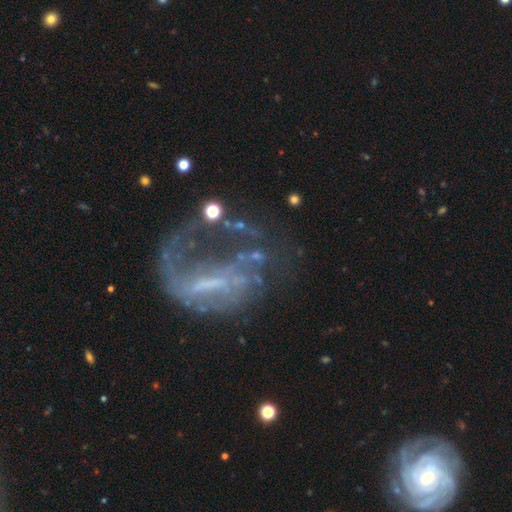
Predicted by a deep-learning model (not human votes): A featured or disk galaxy (70%) with a weak bar (36%), spiral arms (60%) and no central bulge (48%).

Vote fractions:
- Smooth or featured? featured or disk: 70% / star or artifact: 16% / smooth: 14%
- Edge-on disk? no: 96% / yes: 4%
- Bar? weak: 36% / strong: 34% / no: 30%
- Spiral arms? yes: 60% / no: 40%
- Bulge size? none: 48% / small: 24% / moderate: 22% / large: 4% / dominant: 2%
- Merging? major disturbance: 39% / none: 37% / minor disturbance: 16% / merger: 8%